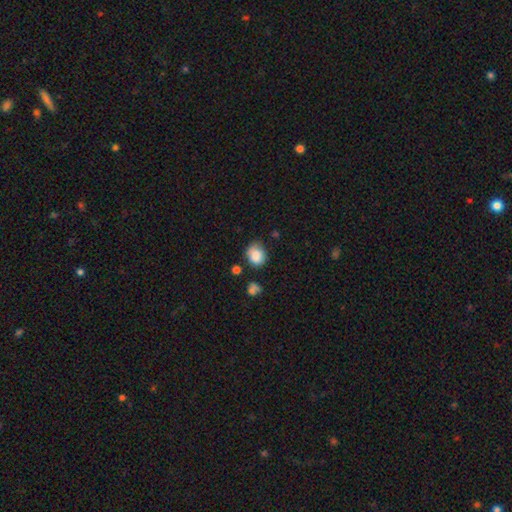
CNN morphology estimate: Smooth or featured?
  - smooth: 84% *
  - star or artifact: 9%
  - featured or disk: 7%
How rounded?
  - round: 59% *
  - in between: 40%
  - cigar-shaped: 1%
Merging?
  - none: 63% *
  - minor disturbance: 26%
  - major disturbance: 6%
  - merger: 5%